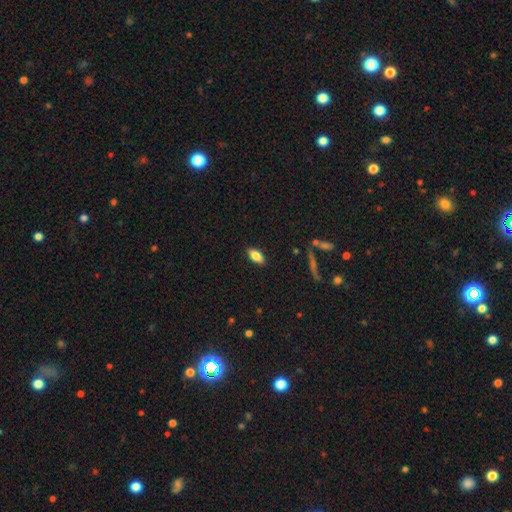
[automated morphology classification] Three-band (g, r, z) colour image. It shows a smooth galaxy with no disk features (78%) that is in between round and cigar-shaped (85%). Merging: none (88%).